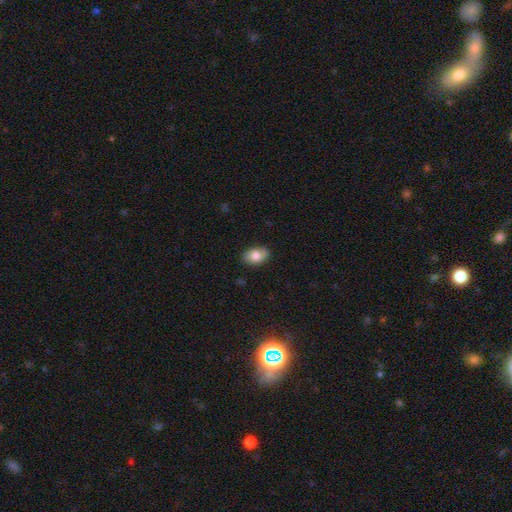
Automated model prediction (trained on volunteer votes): smooth 80%, featured or disk 13%, star or artifact 7%. Down the decision tree: how rounded — in between (87%); merging — none (86%).